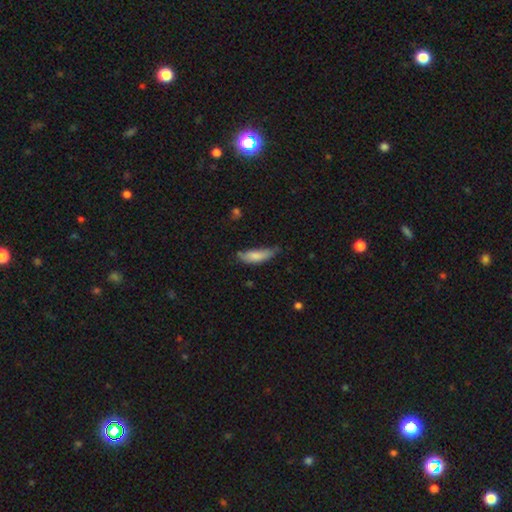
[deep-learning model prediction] A smooth galaxy with no disk features (81%) that is in between round and cigar-shaped (52%).

Vote fractions:
- Smooth or featured? smooth: 81% / featured or disk: 13% / star or artifact: 7%
- How rounded? in between: 52% / cigar-shaped: 47% / round: 2%
- Merging? none: 50% / minor disturbance: 37% / major disturbance: 9% / merger: 4%